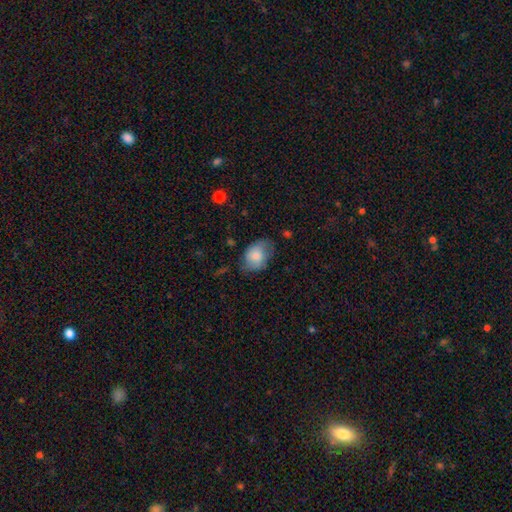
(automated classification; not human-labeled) Smooth or featured?
  - smooth: 72% *
  - featured or disk: 21%
  - star or artifact: 7%
How rounded?
  - in between: 76% *
  - round: 23%
  - cigar-shaped: 1%
Merging?
  - none: 56% *
  - minor disturbance: 31%
  - major disturbance: 11%
  - merger: 2%